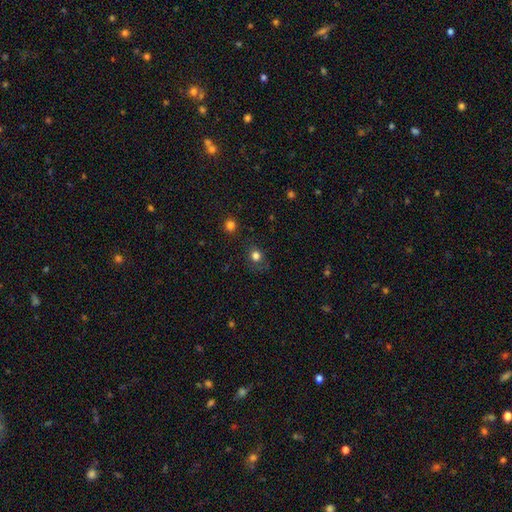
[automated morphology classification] Overall: smooth (76%). How rounded: round (76%). Merging: none (71%).